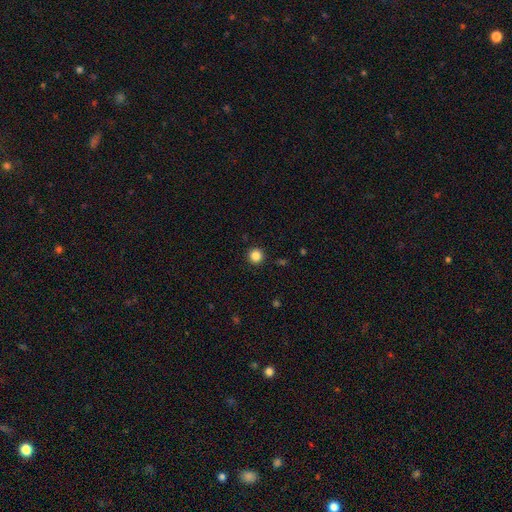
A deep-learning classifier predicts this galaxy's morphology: This appears to be a smooth galaxy with no disk features (86%) that is round (95%). Merging: none (92%).